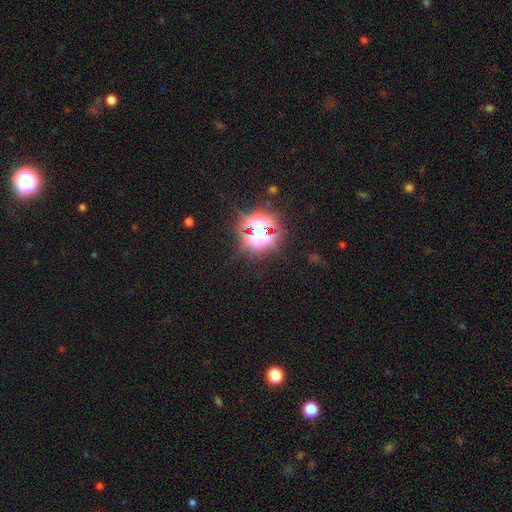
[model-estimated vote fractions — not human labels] Q: Smooth or featured?
A: star or artifact (79%); runner-up: smooth (14%)